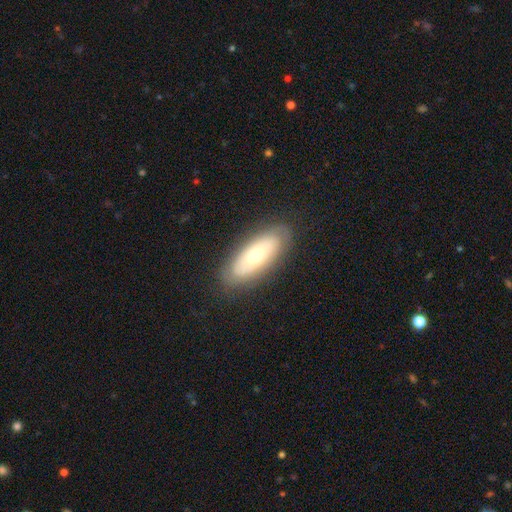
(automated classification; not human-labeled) Smooth or featured? smooth (51%)
How rounded? in between (78%)
Merging? none (83%)